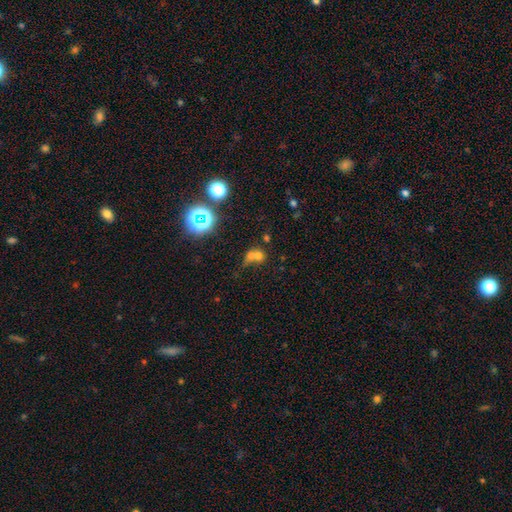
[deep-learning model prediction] Q: Smooth or featured?
A: smooth (58%); runner-up: star or artifact (25%)
Q: How rounded?
A: round (71%); runner-up: in between (28%)
Q: Merging?
A: merger (58%); runner-up: none (29%)